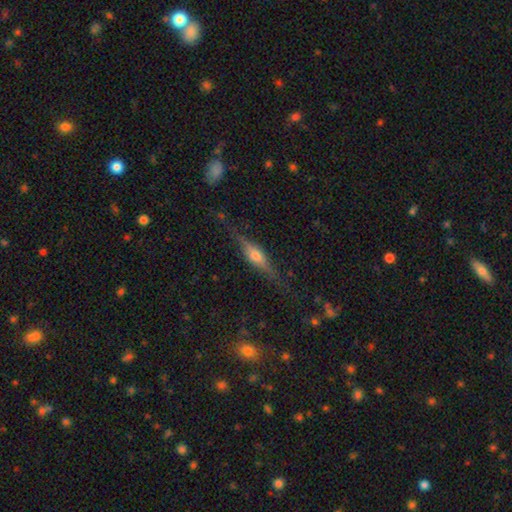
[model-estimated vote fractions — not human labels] smooth-or-featured: featured or disk: 69% | smooth: 22% | star or artifact: 9%
  disk-edge-on: yes: 95% | no: 5%
    edge-on-bulge: rounded: 84% | boxy: 12% | none: 4%
  merging: none: 80% | minor disturbance: 14% | major disturbance: 5% | merger: 1%